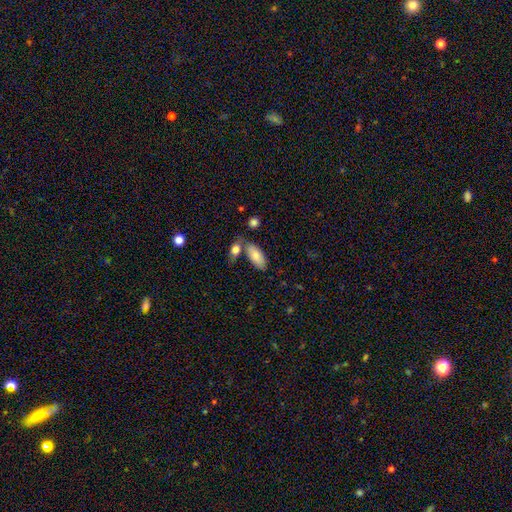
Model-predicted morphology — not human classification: This is likely a smooth galaxy (78%). How rounded: clearly in between (88%). Merging: possibly none (59%).